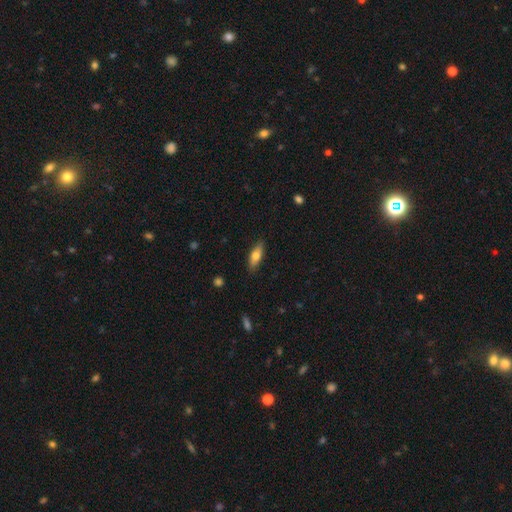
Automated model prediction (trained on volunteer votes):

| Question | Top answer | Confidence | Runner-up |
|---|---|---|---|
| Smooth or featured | smooth | 63% | featured or disk (31%) |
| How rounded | in between | 55% | cigar-shaped (42%) |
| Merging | none | 86% | minor disturbance (10%) |